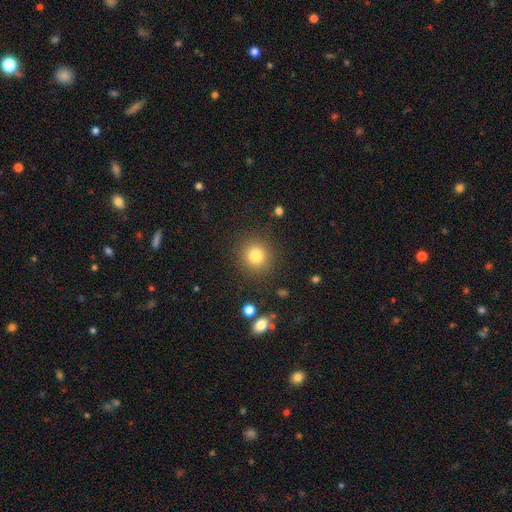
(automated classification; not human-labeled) smooth-or-featured: smooth: 81% | star or artifact: 12% | featured or disk: 7%
  how-rounded: round: 91% | in between: 8% | cigar-shaped: 1%
  merging: none: 88% | minor disturbance: 7% | major disturbance: 3% | merger: 2%